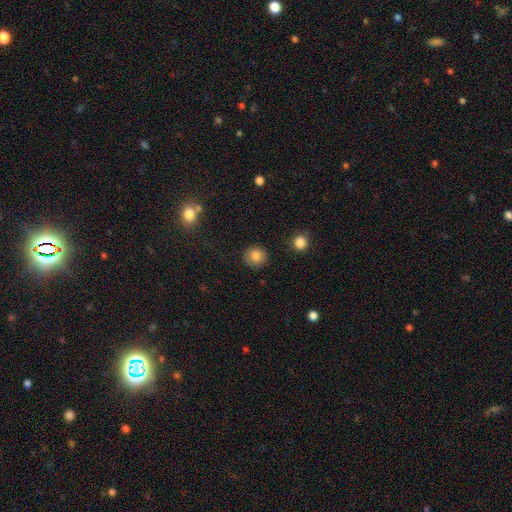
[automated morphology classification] smooth-or-featured: smooth: 84% | star or artifact: 10% | featured or disk: 6%
  how-rounded: round: 88% | in between: 11% | cigar-shaped: 1%
  merging: none: 86% | minor disturbance: 10% | major disturbance: 3% | merger: 2%